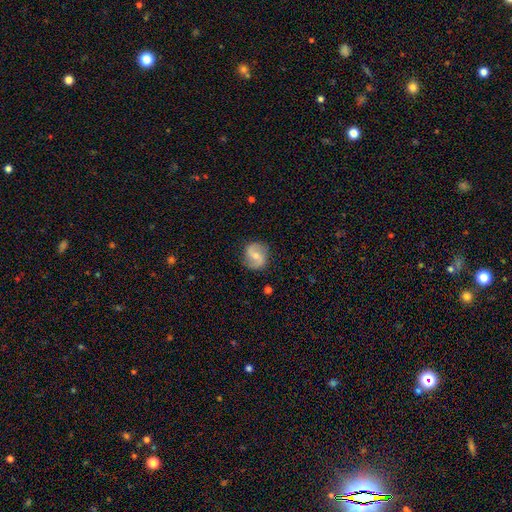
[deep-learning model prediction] This appears to be a featured or disk galaxy (70%) with a weak bar (48%), 2 (91%) medium (42%, tied with loose) spiral arms (92%) and a moderate central bulge (48%). Merging: none (84%).